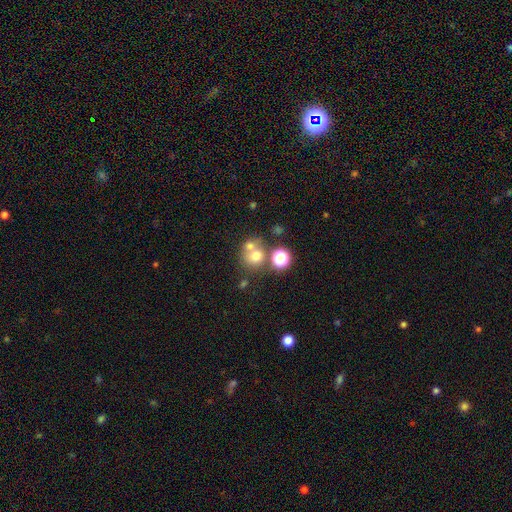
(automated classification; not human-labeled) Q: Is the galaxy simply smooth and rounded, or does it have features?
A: smooth — 67%.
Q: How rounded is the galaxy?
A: round — 82%.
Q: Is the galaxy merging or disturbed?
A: none — 47%.